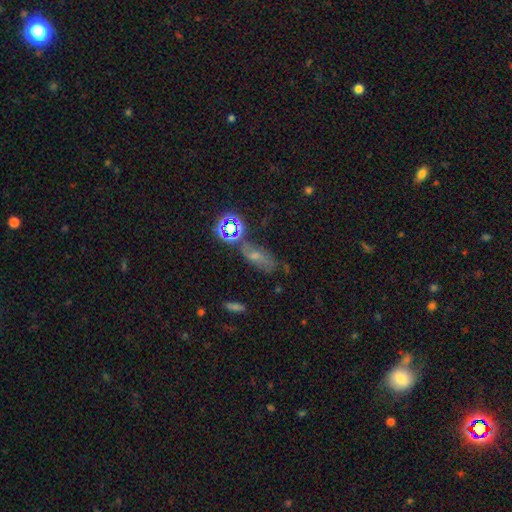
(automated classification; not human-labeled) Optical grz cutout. It shows a smooth galaxy with no disk features (41%). Merging: none (53%).